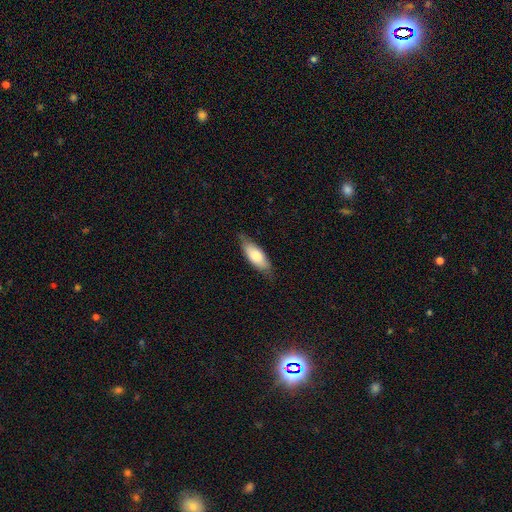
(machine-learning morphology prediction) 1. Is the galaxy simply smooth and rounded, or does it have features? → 76% smooth, 19% featured or disk, 6% star or artifact.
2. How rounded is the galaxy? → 71% in between, 27% cigar-shaped, 2% round.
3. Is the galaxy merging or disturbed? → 75% none, 20% minor disturbance, 3% major disturbance, 1% merger.